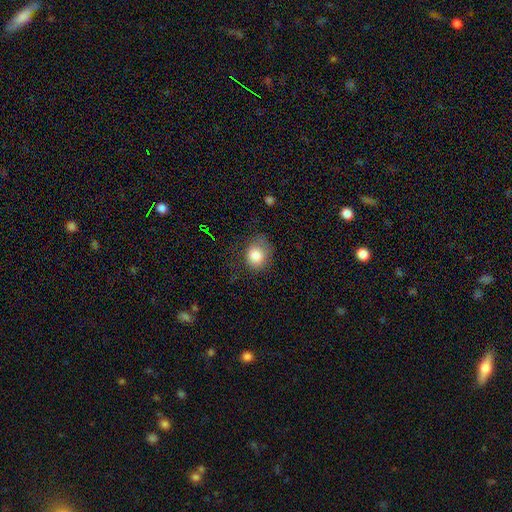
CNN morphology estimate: Smooth or featured?
  - smooth: 83% *
  - star or artifact: 9%
  - featured or disk: 8%
How rounded?
  - round: 64% *
  - in between: 35%
  - cigar-shaped: 1%
Merging?
  - none: 54% *
  - minor disturbance: 29%
  - major disturbance: 15%
  - merger: 2%